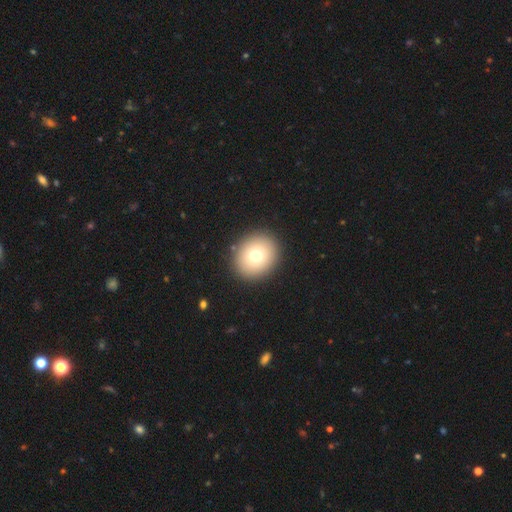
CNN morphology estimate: The model was most divided on "how rounded": round: 77%, in between: 22%, cigar-shaped: 1%. More confident: merging — none (91%); smooth or featured — smooth (74%).